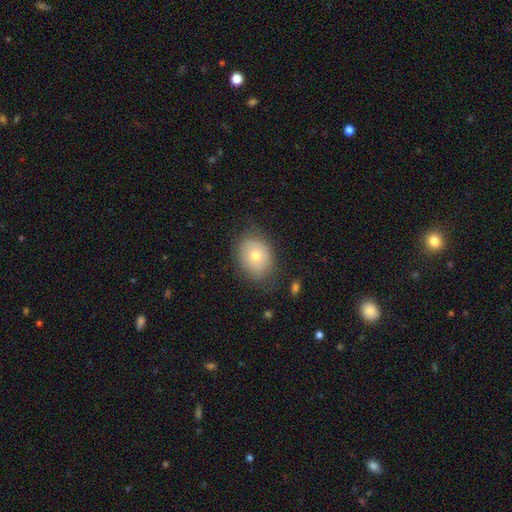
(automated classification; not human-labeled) smooth-or-featured: smooth: 69% | featured or disk: 21% | star or artifact: 9%
  how-rounded: in between: 58% | round: 41% | cigar-shaped: 1%
  merging: none: 74% | minor disturbance: 19% | major disturbance: 6% | merger: 1%